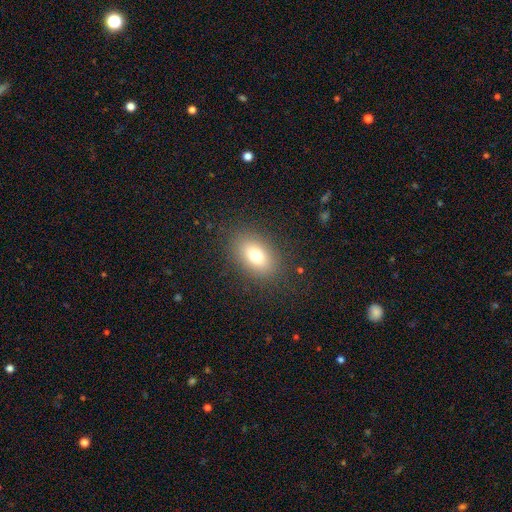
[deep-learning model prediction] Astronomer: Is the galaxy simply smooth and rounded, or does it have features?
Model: smooth — 74%.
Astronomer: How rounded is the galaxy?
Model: in between — 78%.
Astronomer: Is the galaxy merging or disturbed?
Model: none — 85%.